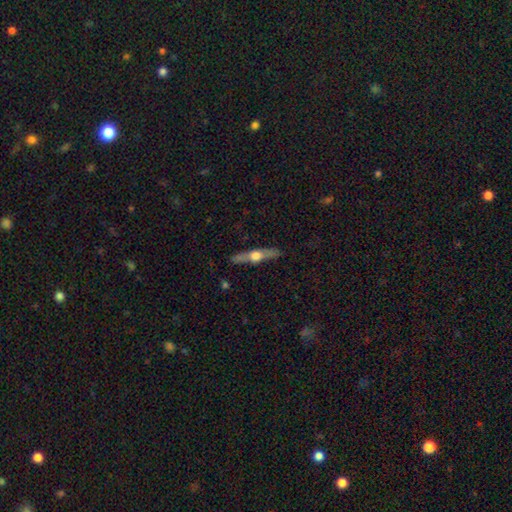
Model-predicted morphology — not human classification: Smooth or featured?
  - featured or disk: 65% *
  - smooth: 30%
  - star or artifact: 6%
Edge-on disk?
  - yes: 95% *
  - no: 5%
Edge-on bulge?
  - rounded: 94% *
  - boxy: 3%
  - none: 3%
Merging?
  - none: 87% *
  - minor disturbance: 10%
  - major disturbance: 2%
  - merger: 2%